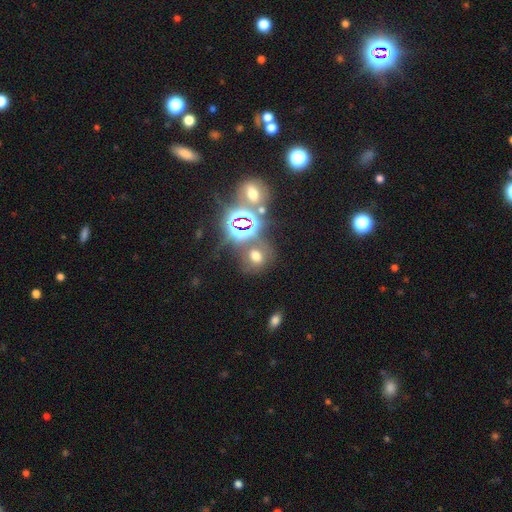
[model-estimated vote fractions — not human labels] Overall: smooth (52%; star or artifact 36%). How rounded: round (66%; in between 33%). Merging: none (62%).